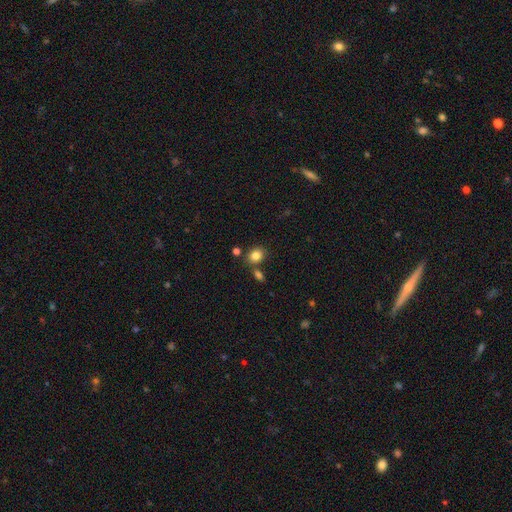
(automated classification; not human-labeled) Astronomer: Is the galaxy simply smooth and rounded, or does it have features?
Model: smooth — 83%.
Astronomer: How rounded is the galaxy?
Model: round — 50% (runner-up: in between, 49%).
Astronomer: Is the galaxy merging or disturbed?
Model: none — 72%.